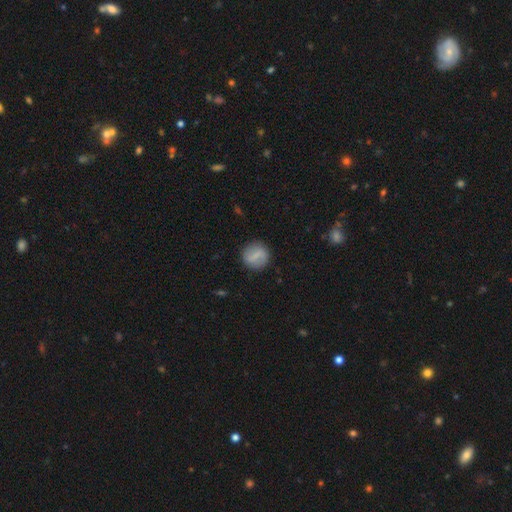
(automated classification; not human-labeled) Overall: smooth (59%; featured or disk 34%). How rounded: round (88%). Merging: none (85%).